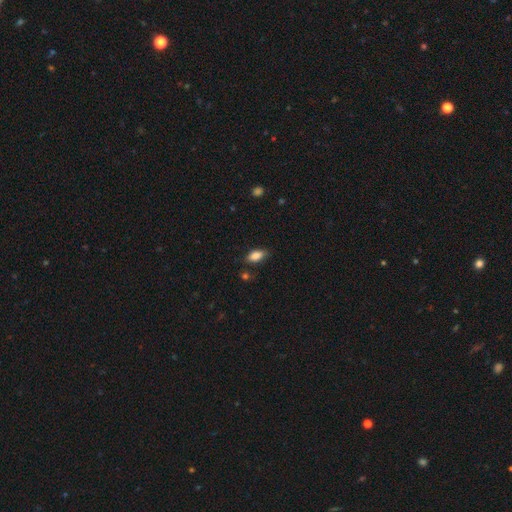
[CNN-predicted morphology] A smooth galaxy with no disk features (85%) that is in between round and cigar-shaped (90%).

Vote fractions:
- Smooth or featured? smooth: 85% / star or artifact: 8% / featured or disk: 7%
- How rounded? in between: 90% / cigar-shaped: 6% / round: 4%
- Merging? none: 78% / minor disturbance: 17% / major disturbance: 3% / merger: 2%